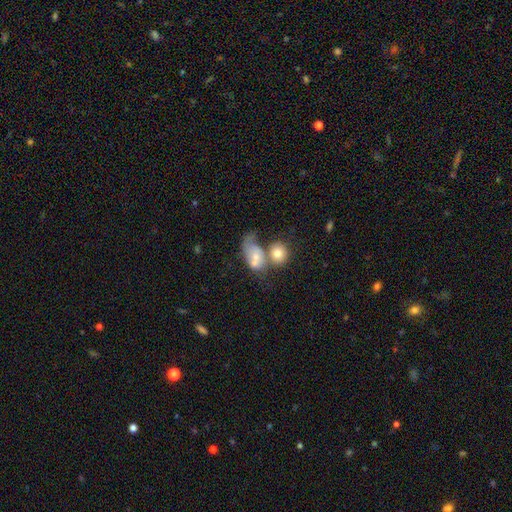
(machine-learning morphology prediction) The model was most divided on "smooth or featured": smooth: 61%, featured or disk: 30%, star or artifact: 9%. More confident: how rounded — in between (68%); merging — merger (59%).